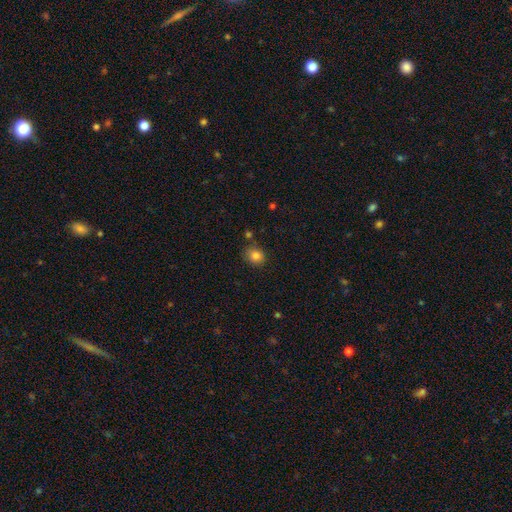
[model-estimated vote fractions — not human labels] Smooth or featured? Predicted: smooth (p=0.83). How rounded? Predicted: round (p=0.73). Merging? Predicted: none (p=0.79).